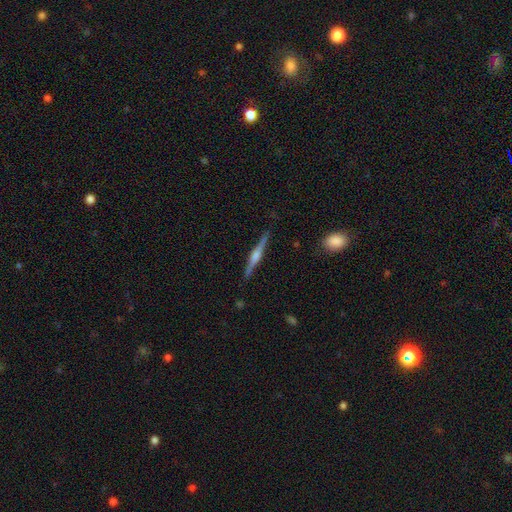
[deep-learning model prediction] This appears to be a featured or disk galaxy (79%) viewed edge-on (98%) with a rounded central bulge (83%). Merging: none (89%).